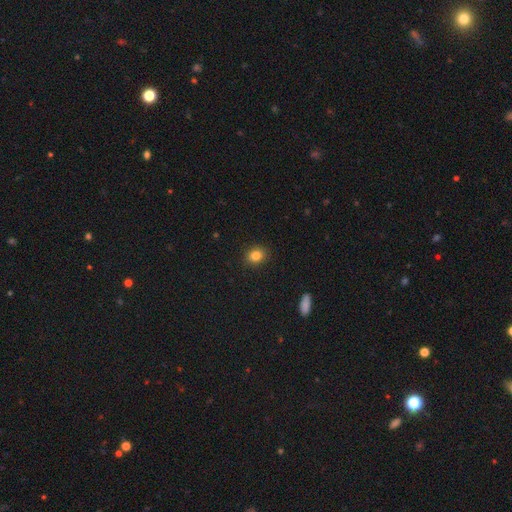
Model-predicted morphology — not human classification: This is clearly a smooth galaxy (83%). How rounded: likely round (62%). Merging: clearly none (90%).